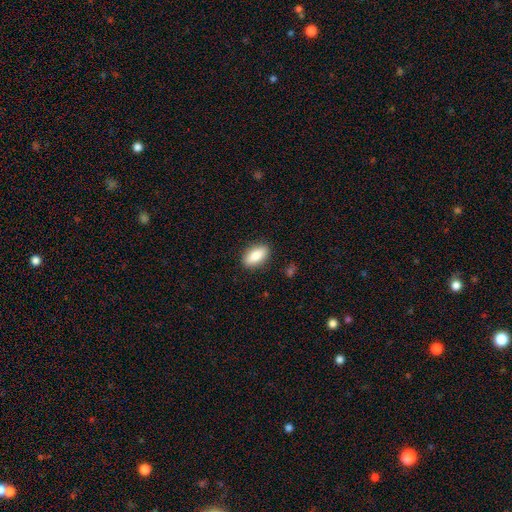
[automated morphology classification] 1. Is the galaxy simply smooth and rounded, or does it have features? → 81% smooth, 13% featured or disk, 7% star or artifact.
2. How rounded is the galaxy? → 88% in between, 8% cigar-shaped, 5% round.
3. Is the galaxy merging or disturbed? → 87% none, 9% minor disturbance, 2% major disturbance, 1% merger.